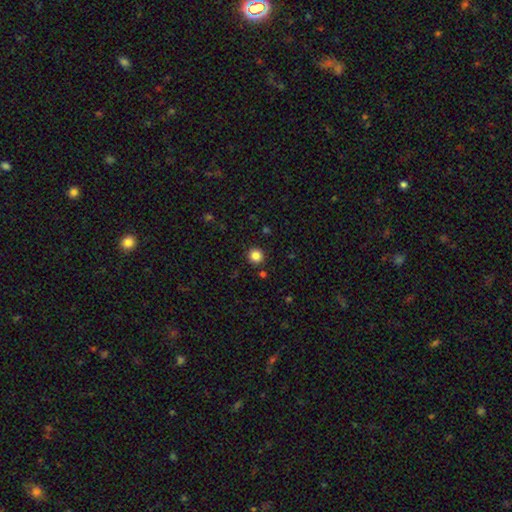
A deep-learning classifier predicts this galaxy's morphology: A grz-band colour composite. It shows a smooth galaxy with no disk features (85%) that is round (94%). Merging: none (91%).